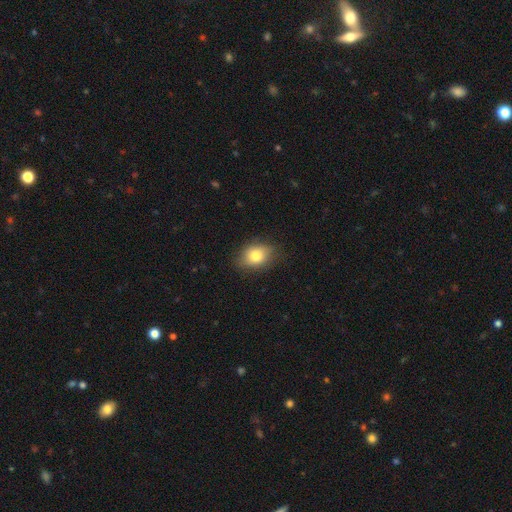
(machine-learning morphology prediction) smooth 79%, featured or disk 12%, star or artifact 9%. Down the decision tree: how rounded — in between (67%); merging — none (80%).